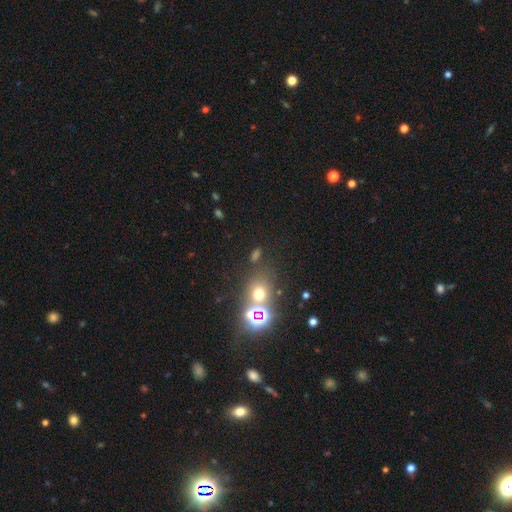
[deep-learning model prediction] A star or artifact, not a galaxy (50%).

Vote fractions:
- Smooth or featured? star or artifact: 50% / smooth: 40% / featured or disk: 10%